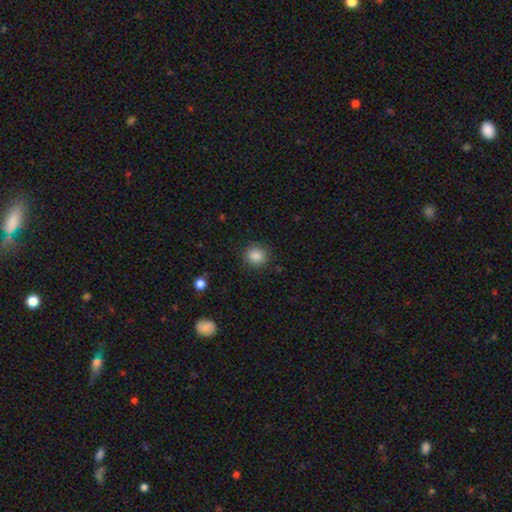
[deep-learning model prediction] Q: Smooth or featured?
A: smooth (87%); runner-up: star or artifact (9%)
Q: How rounded?
A: round (87%); runner-up: in between (13%)
Q: Merging?
A: none (89%); runner-up: minor disturbance (8%)